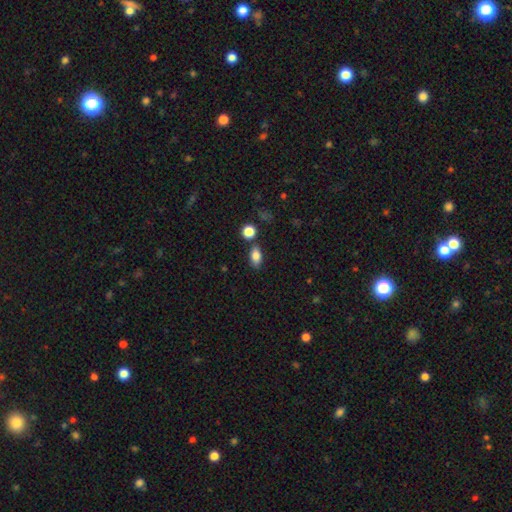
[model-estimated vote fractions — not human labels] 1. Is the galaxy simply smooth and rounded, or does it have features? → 84% smooth, 9% star or artifact, 7% featured or disk.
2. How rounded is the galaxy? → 86% in between, 10% round, 5% cigar-shaped.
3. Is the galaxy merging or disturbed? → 77% none, 12% minor disturbance, 7% merger, 3% major disturbance.